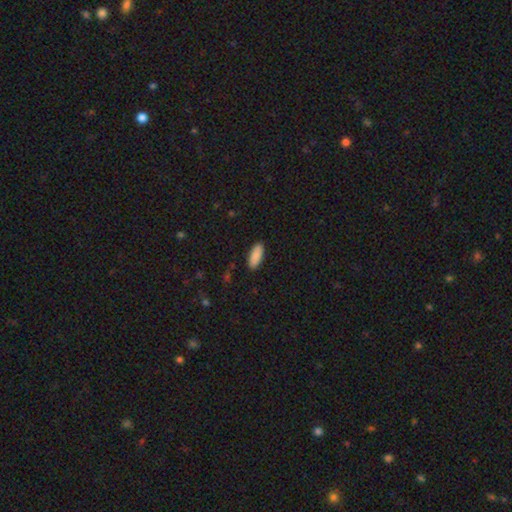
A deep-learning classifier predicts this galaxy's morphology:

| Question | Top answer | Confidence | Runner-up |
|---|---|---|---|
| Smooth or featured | smooth | 90% | star or artifact (6%) |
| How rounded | in between | 76% | cigar-shaped (22%) |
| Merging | none | 89% | minor disturbance (8%) |